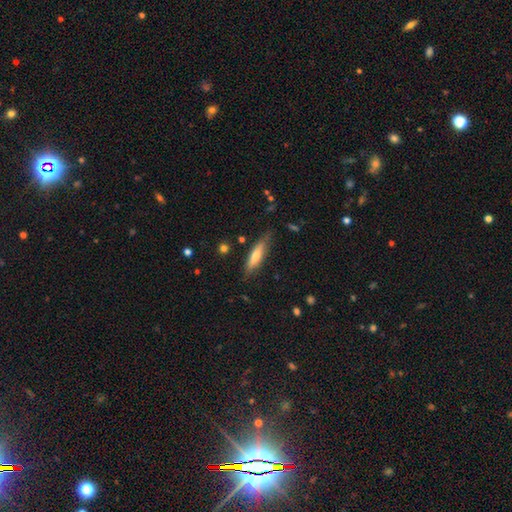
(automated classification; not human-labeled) Smooth or featured? Predicted: smooth (p=0.59). How rounded? Predicted: cigar-shaped (p=0.78). Merging? Predicted: none (p=0.78).